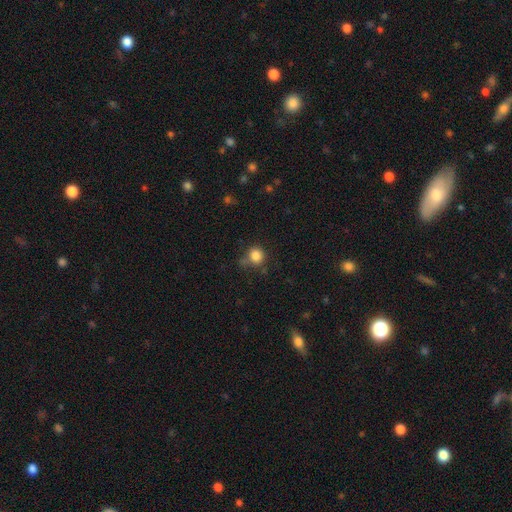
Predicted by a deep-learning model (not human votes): The model was most divided on "merging": none: 65%, minor disturbance: 22%, major disturbance: 7%, merger: 6%. More confident: how rounded — round (87%); smooth or featured — smooth (83%).